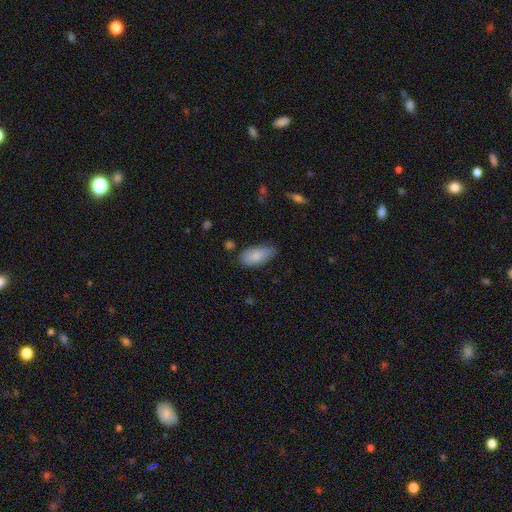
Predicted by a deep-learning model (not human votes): This appears to be a smooth galaxy with no disk features (84%) that is in between round and cigar-shaped (91%). Merging: none (67%).